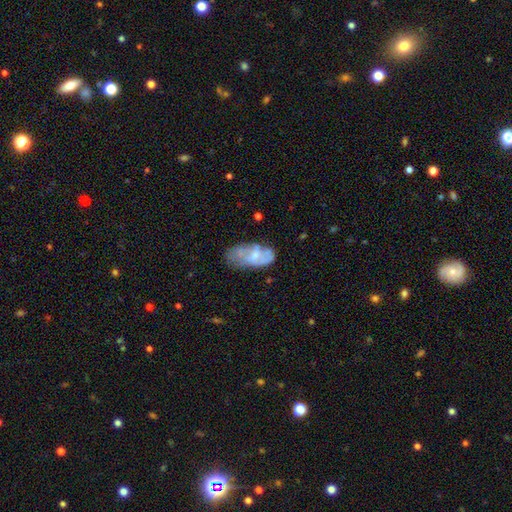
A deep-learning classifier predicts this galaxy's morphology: Smooth or featured? Predicted: featured or disk (p=0.51). Edge-on disk? Predicted: no (p=0.94). Merging? Predicted: none (p=0.47).